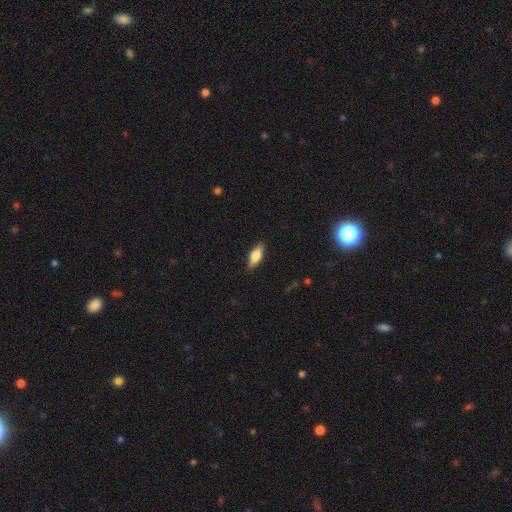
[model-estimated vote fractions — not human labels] Smooth or featured: smooth — 61% (featured or disk — 32%)
How rounded: in between — 67% (cigar-shaped — 30%)
Merging: none — 88% (minor disturbance — 9%)